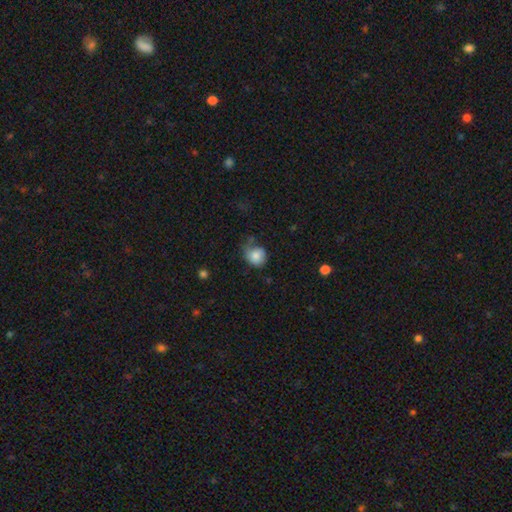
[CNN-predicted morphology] smooth 76%, featured or disk 16%, star or artifact 8%. Down the decision tree: how rounded — round (70%); merging — none (41%).